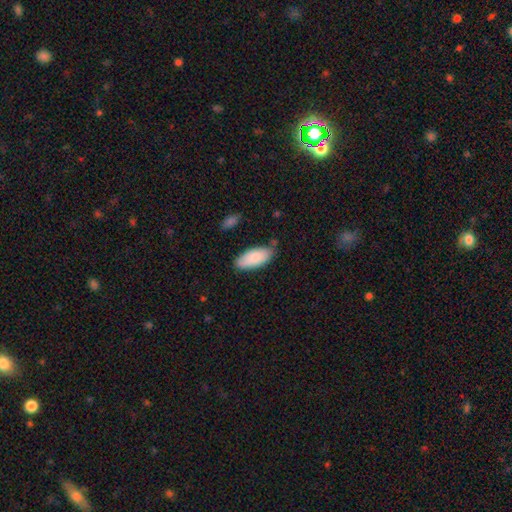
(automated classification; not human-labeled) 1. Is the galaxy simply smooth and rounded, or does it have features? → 86% smooth, 8% featured or disk, 6% star or artifact.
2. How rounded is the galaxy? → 87% in between, 11% cigar-shaped, 2% round.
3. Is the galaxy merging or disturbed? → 75% none, 18% minor disturbance, 3% major disturbance, 3% merger.